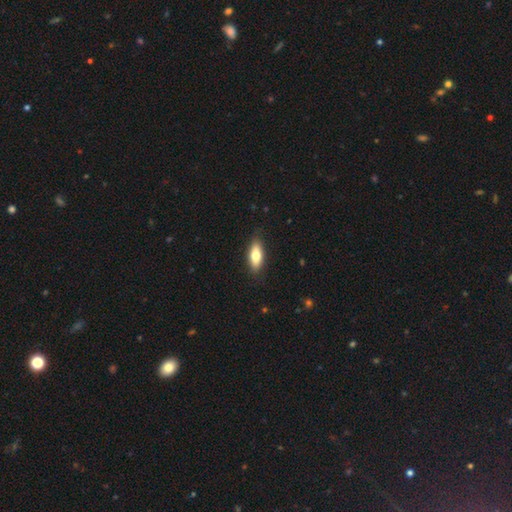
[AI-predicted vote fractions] Morphology: type=smooth (74%); roundness=in between (74%); merging=none (85%).